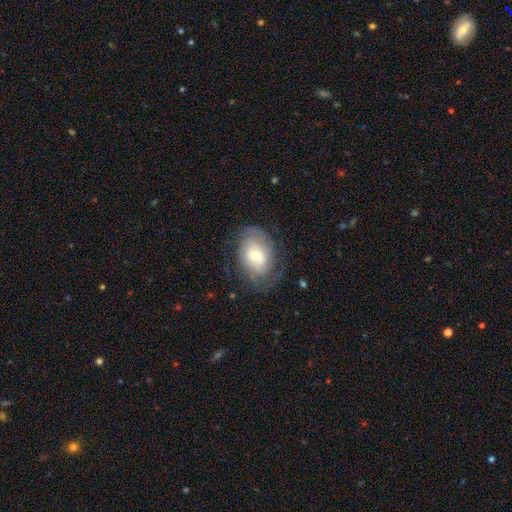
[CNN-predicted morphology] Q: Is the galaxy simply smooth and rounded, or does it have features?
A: featured or disk — 57%.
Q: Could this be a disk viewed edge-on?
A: no — 95%.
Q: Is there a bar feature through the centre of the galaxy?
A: no — 61%.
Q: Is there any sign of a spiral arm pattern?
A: yes — 79%.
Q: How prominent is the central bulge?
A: moderate — 49%.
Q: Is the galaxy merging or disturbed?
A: none — 67%.